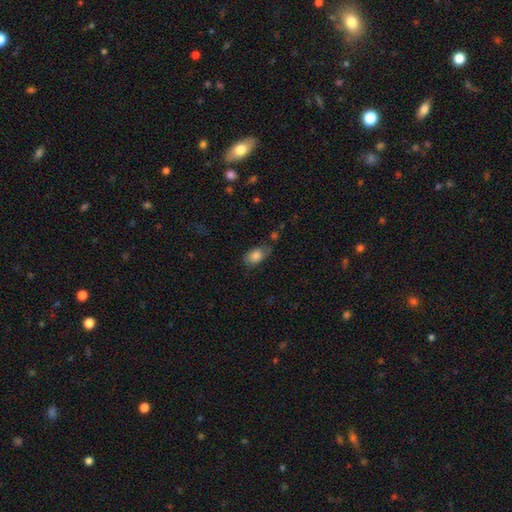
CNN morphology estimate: Q: Smooth or featured?
A: smooth (80%); runner-up: featured or disk (12%)
Q: How rounded?
A: in between (88%); runner-up: round (10%)
Q: Merging?
A: none (53%); runner-up: minor disturbance (31%)